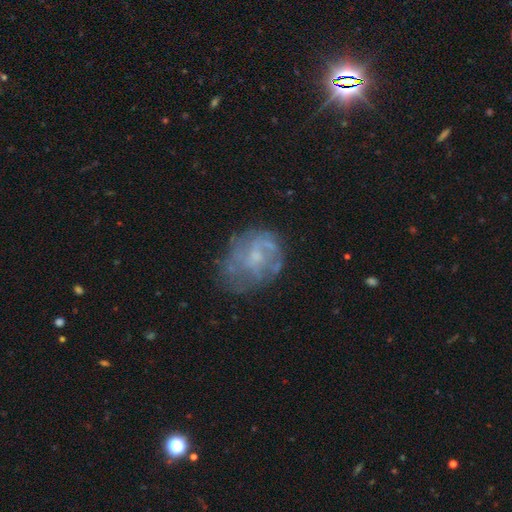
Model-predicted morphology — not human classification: Smooth or featured: featured or disk — 60% (smooth — 28%)
Edge-on disk: no — 97% (yes — 3%)
Bar: no — 72% (weak — 24%)
Spiral arms: no — 54% (yes — 46%)
Bulge size: small — 53% (moderate — 26%)
Merging: none — 60% (minor disturbance — 22%)